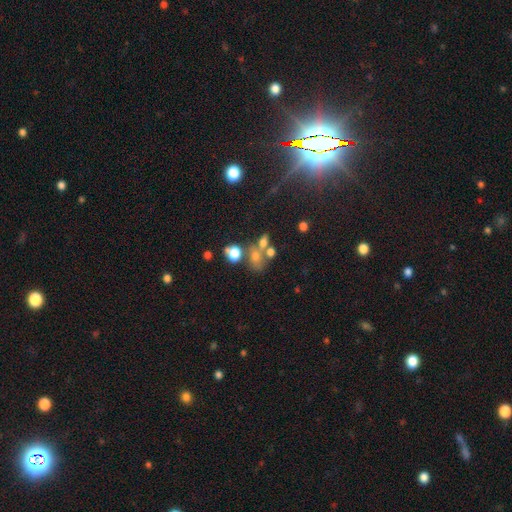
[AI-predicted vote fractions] The model was most divided on "merging": none: 41%, merger: 39%, minor disturbance: 11%, major disturbance: 9%. More confident: smooth or featured — smooth (55%); how rounded — round (52%).